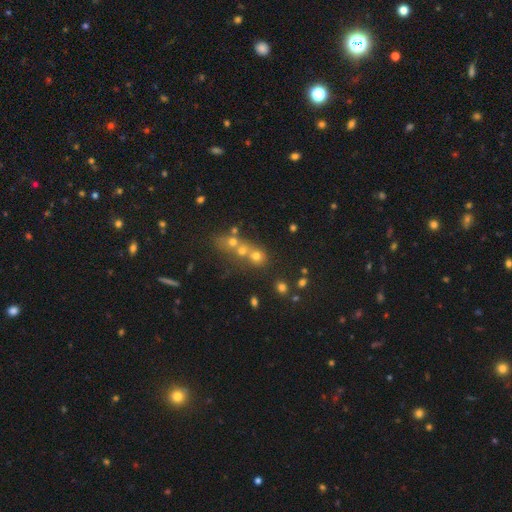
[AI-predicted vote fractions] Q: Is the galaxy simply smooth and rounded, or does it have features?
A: smooth — 51%.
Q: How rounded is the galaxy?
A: round — 78%.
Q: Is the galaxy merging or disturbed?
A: merger — 50%.